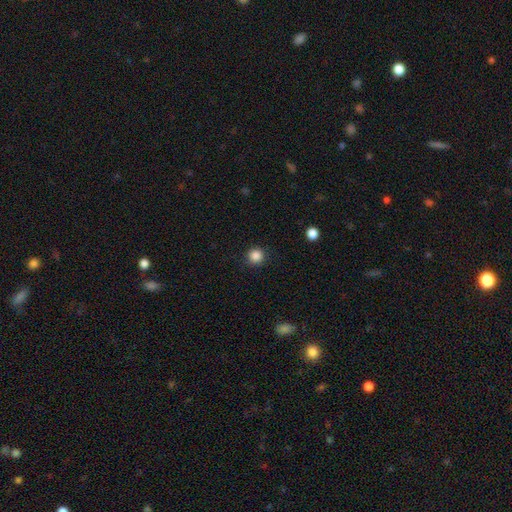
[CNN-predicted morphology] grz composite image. It shows a smooth galaxy with no disk features (86%) that is round (95%). Merging: none (91%).